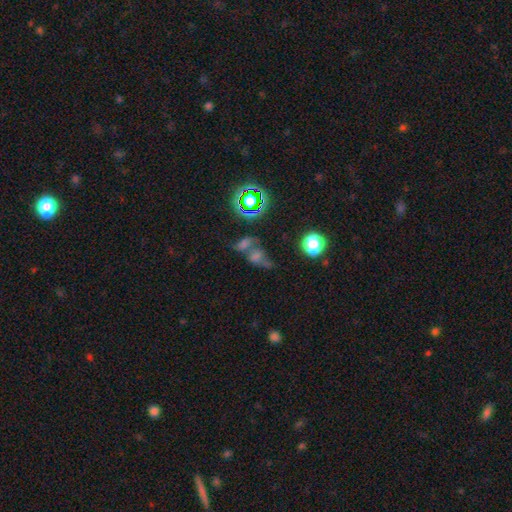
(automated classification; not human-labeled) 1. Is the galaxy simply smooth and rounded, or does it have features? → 45% star or artifact, 33% smooth, 23% featured or disk.